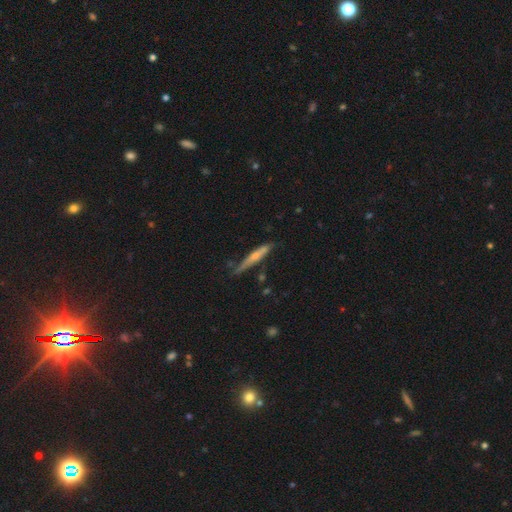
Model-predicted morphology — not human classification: type=featured or disk (51%); edge-on=yes (92%); merging=none (70%).